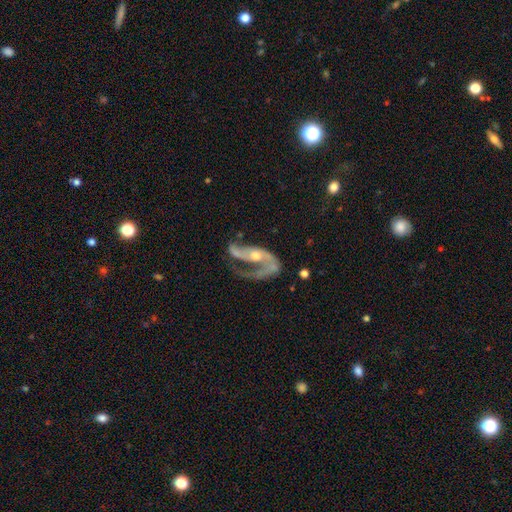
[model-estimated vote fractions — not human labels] This is clearly a featured or disk galaxy (86%). It is clearly not viewed edge-on (94%). Bar: possibly no (56%). Spiral arm pattern: clearly yes (91%). Spiral arm count: possibly 2 (57%). Spiral winding: possibly loose (52%). Central bulge: possibly moderate (53%). Merging: marginally major disturbance (42%).